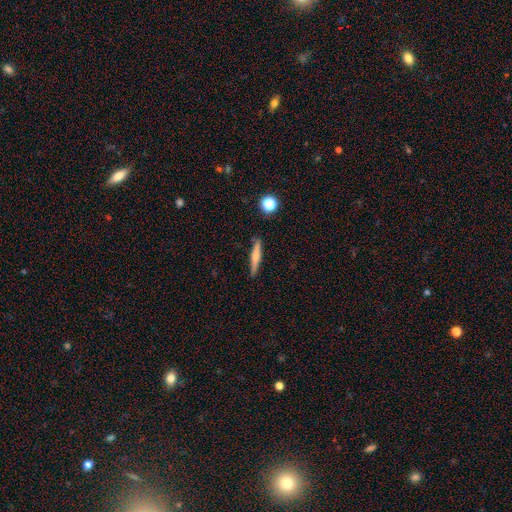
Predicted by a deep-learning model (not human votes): A smooth galaxy with no disk features (51%) that is cigar-shaped (92%).

Vote fractions:
- Smooth or featured? smooth: 51% / featured or disk: 41% / star or artifact: 7%
- How rounded? cigar-shaped: 92% / in between: 6% / round: 2%
- Merging? none: 87% / minor disturbance: 9% / merger: 2% / major disturbance: 2%